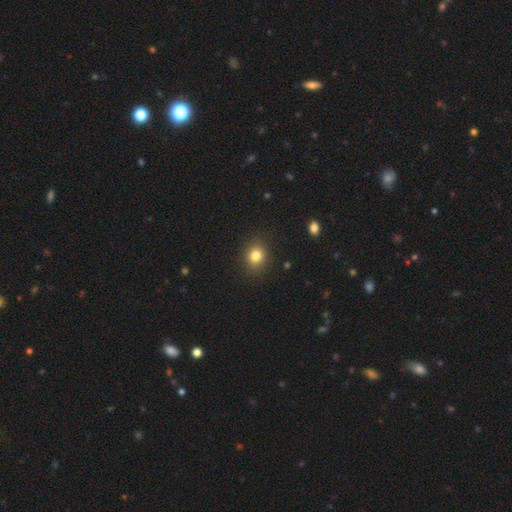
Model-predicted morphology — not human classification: Smooth or featured: smooth — 81% (star or artifact — 12%)
How rounded: round — 71% (in between — 29%)
Merging: none — 89% (minor disturbance — 8%)